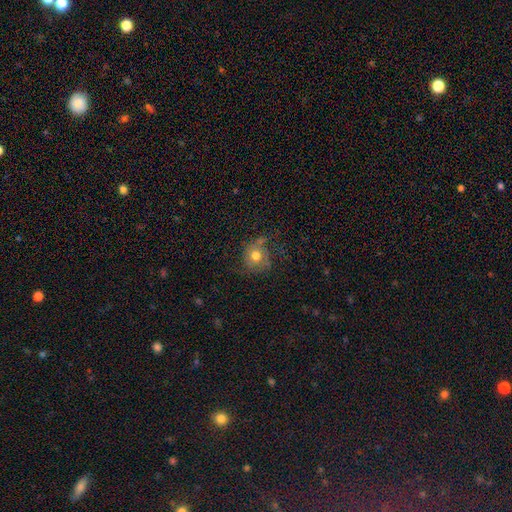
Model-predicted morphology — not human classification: smooth-or-featured: smooth: 59% | featured or disk: 30% | star or artifact: 10%
  how-rounded: round: 83% | in between: 16% | cigar-shaped: 1%
  merging: none: 56% | minor disturbance: 23% | major disturbance: 18% | merger: 3%